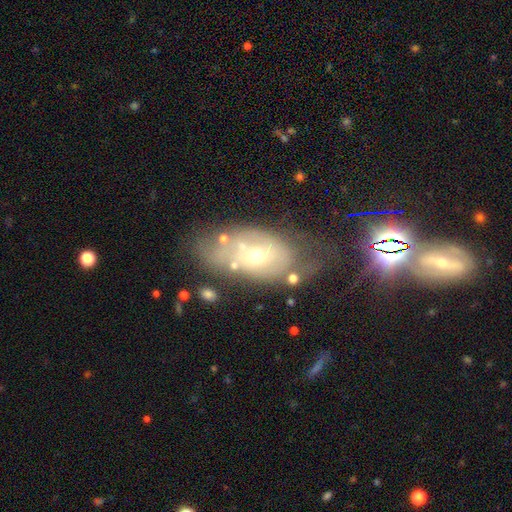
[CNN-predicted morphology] This is possibly a featured or disk galaxy (55%). It is clearly not viewed edge-on (91%). Merging: marginally none (41%).